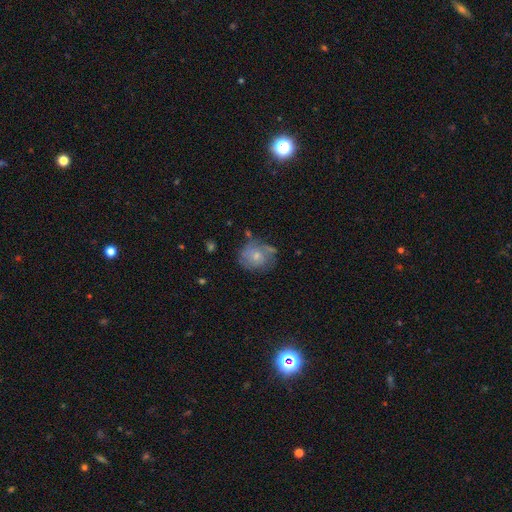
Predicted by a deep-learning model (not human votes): featured or disk 46% (tied), smooth 46% (tied), star or artifact 8%. Down the decision tree: merging — none (56%).